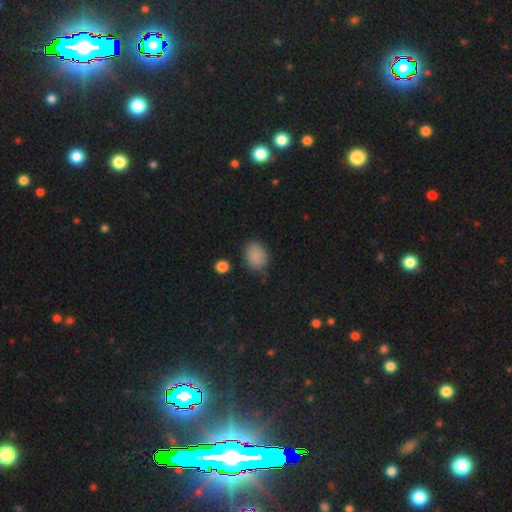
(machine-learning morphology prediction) The model was most divided on "how rounded": in between: 63%, round: 35%, cigar-shaped: 1%. More confident: smooth or featured — smooth (85%); merging — none (75%).